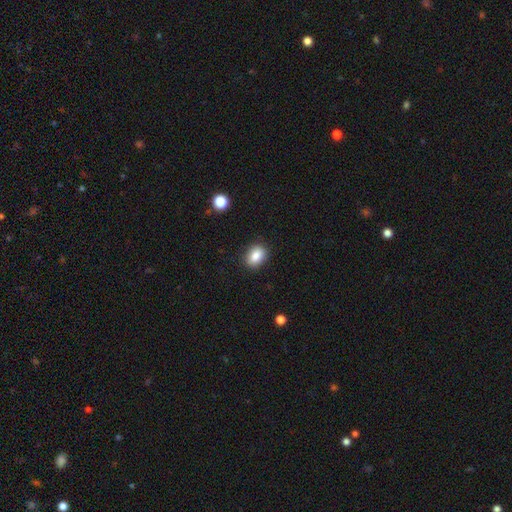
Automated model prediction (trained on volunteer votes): A smooth galaxy with no disk features (86%) that is in between round and cigar-shaped (73%).

Vote fractions:
- Smooth or featured? smooth: 86% / star or artifact: 9% / featured or disk: 5%
- How rounded? in between: 73% / round: 26% / cigar-shaped: 1%
- Merging? none: 87% / minor disturbance: 9% / major disturbance: 2% / merger: 1%